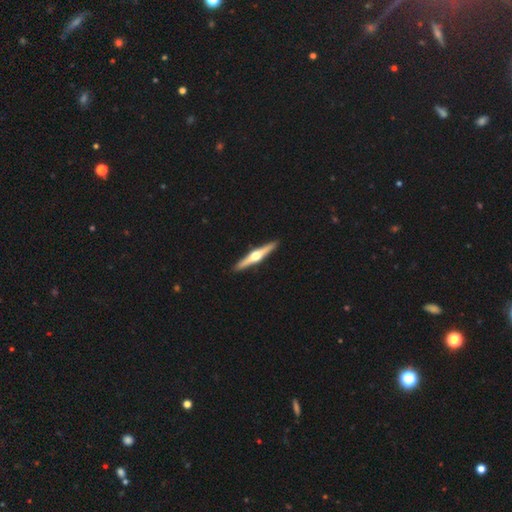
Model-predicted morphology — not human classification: Q: Smooth or featured?
A: featured or disk (77%); runner-up: smooth (19%)
Q: Edge-on disk?
A: yes (98%); runner-up: no (2%)
Q: Edge-on bulge?
A: rounded (96%); runner-up: boxy (2%)
Q: Merging?
A: none (93%); runner-up: minor disturbance (5%)